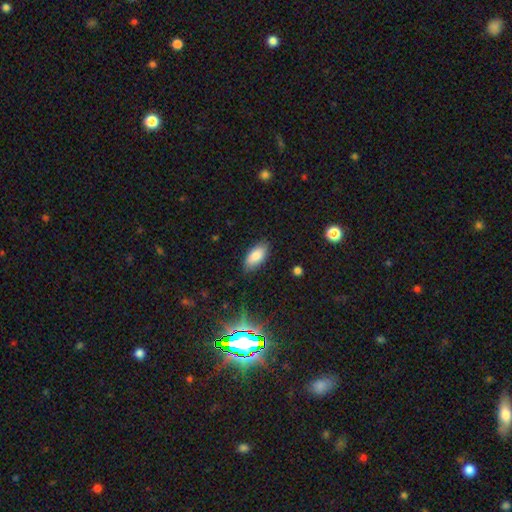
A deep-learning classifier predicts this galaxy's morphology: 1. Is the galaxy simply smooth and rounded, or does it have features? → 83% smooth, 9% star or artifact, 8% featured or disk.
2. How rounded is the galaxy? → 91% in between, 6% cigar-shaped, 3% round.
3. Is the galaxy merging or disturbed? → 83% none, 13% minor disturbance, 3% major disturbance, 1% merger.